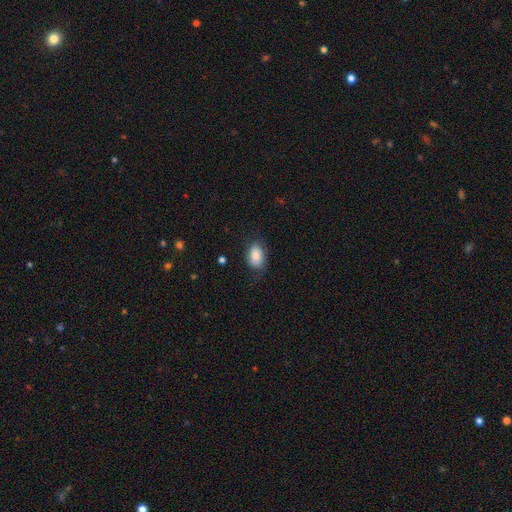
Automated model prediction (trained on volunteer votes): This is clearly a smooth galaxy (84%). How rounded: clearly in between (89%). Merging: likely none (70%).